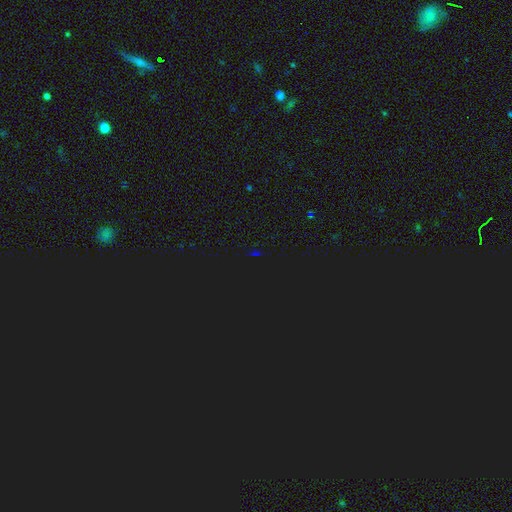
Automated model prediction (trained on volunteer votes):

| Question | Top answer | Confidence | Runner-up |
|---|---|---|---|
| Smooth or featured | star or artifact | 75% | smooth (17%) |